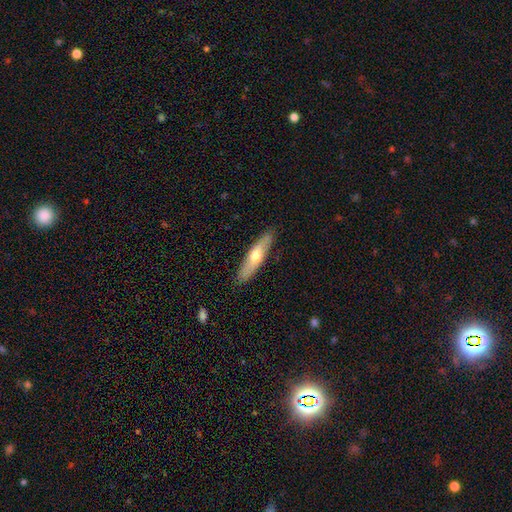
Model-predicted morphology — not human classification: This appears to be a smooth galaxy with no disk features (55%) that is cigar-shaped (71%). Merging: none (87%).